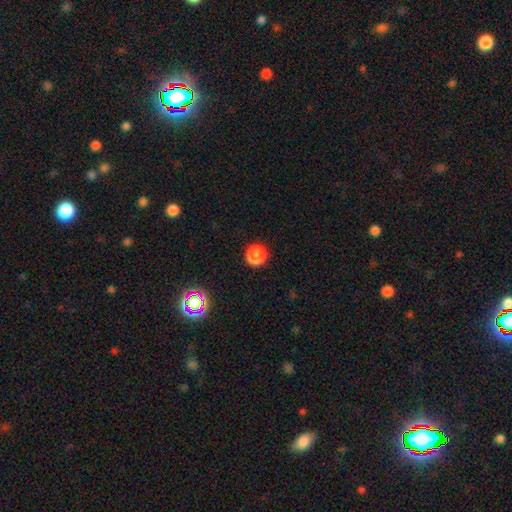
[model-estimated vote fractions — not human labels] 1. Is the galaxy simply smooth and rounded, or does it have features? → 82% smooth, 14% star or artifact, 4% featured or disk.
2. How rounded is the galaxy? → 91% round, 8% in between, 1% cigar-shaped.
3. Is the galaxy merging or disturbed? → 90% none, 6% minor disturbance, 2% major disturbance, 1% merger.